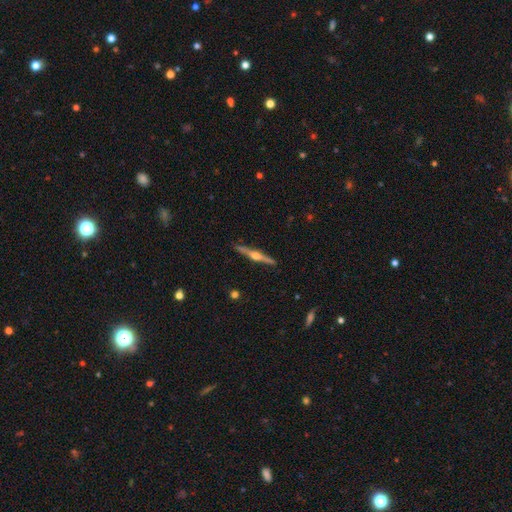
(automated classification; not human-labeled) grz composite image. It shows a featured or disk galaxy (80%) viewed edge-on (98%) with a rounded central bulge (94%). Merging: none (91%).